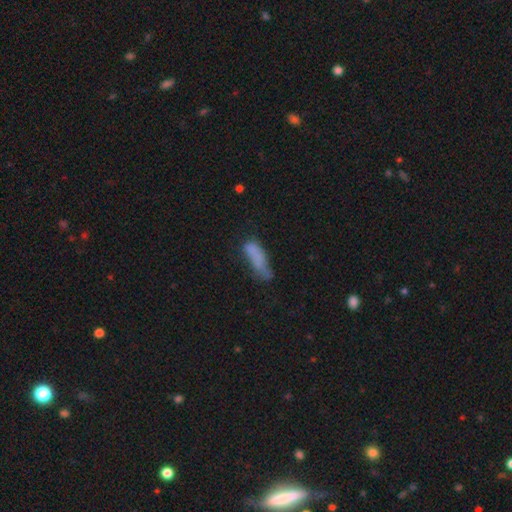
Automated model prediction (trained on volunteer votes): Smooth or featured: smooth — 70% (featured or disk — 19%)
How rounded: cigar-shaped — 54% (in between — 44%)
Merging: none — 36% (minor disturbance — 32%)